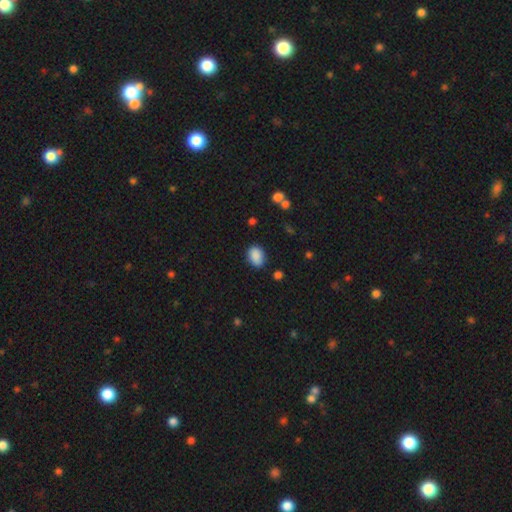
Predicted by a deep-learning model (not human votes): Morphology: type=smooth (88%); roundness=in between (74%); merging=none (80%).